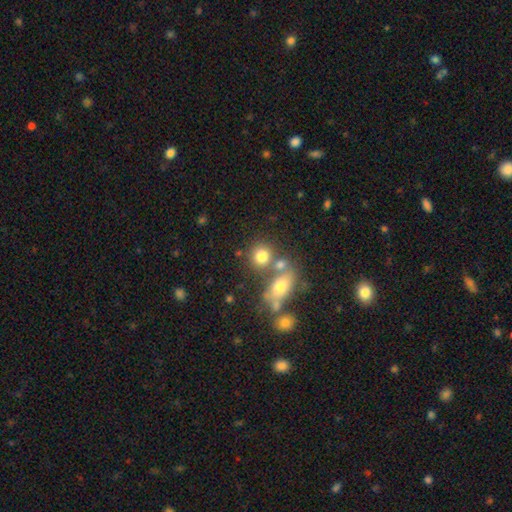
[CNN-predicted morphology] smooth_or_featured: smooth (p=0.73) [alt: star or artifact p=0.14]
how_rounded: round (p=0.74) [alt: in between p=0.24]
merging: none (p=0.54) [alt: merger p=0.31]